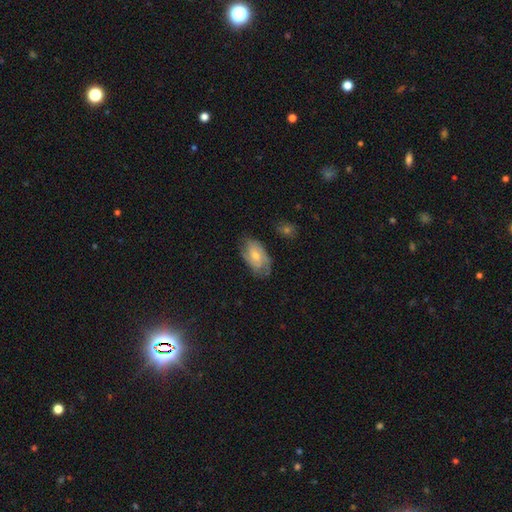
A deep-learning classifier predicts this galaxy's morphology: Smooth or featured: featured or disk — 54% (smooth — 40%)
Edge-on disk: no — 94% (yes — 6%)
Bar: no — 61% (weak — 33%)
Spiral arms: yes — 82% (no — 18%)
Bulge size: moderate — 47% (small — 46%)
Merging: none — 64% (minor disturbance — 25%)